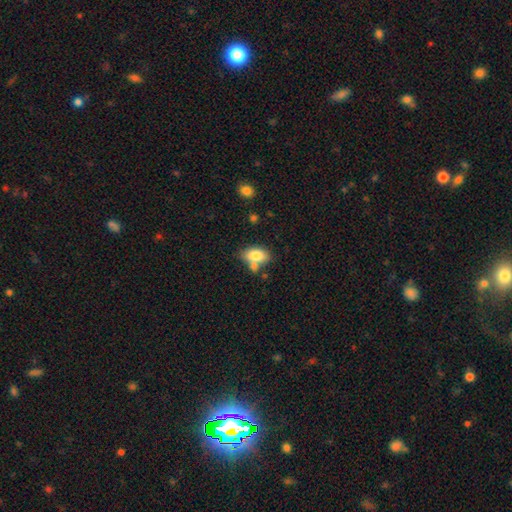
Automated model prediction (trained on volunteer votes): smooth_or_featured: smooth (p=0.80) [alt: featured or disk p=0.12]
how_rounded: in between (p=0.90) [alt: round p=0.08]
merging: none (p=0.52) [alt: merger p=0.27]